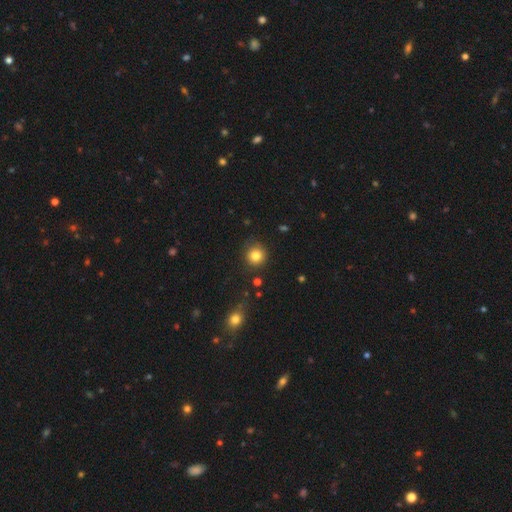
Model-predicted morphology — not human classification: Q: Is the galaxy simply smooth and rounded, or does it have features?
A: smooth — 83%.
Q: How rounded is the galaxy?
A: round — 92%.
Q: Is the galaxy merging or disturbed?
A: none — 85%.